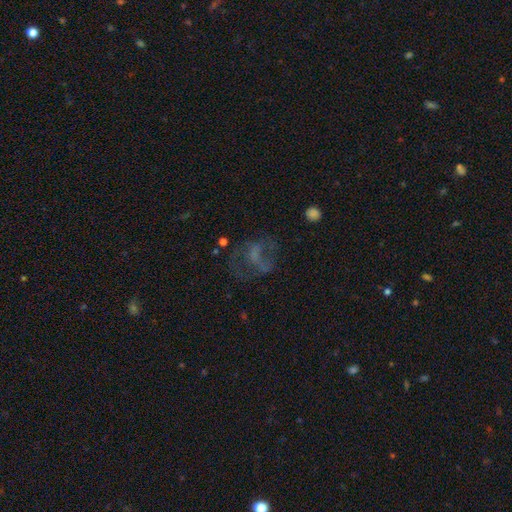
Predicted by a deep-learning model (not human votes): Smooth or featured? Predicted: featured or disk (p=0.50). Edge-on disk? Predicted: no (p=0.97). Merging? Predicted: none (p=0.45).